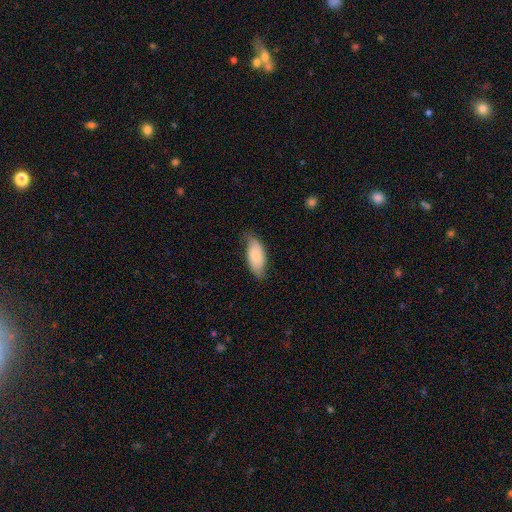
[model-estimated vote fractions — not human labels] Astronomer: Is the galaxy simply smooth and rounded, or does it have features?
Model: smooth — 74%.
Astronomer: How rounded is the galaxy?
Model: in between — 88%.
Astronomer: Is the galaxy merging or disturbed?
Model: none — 69%.